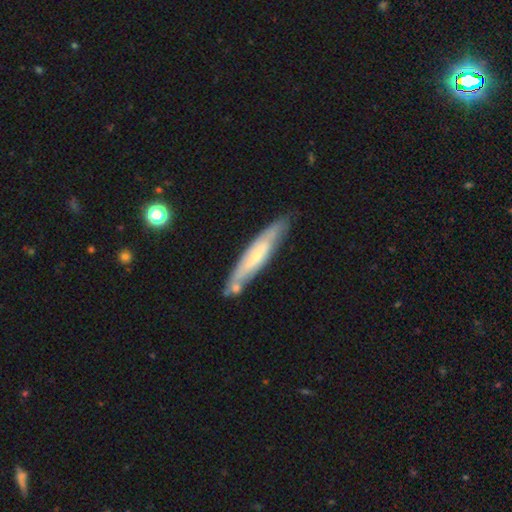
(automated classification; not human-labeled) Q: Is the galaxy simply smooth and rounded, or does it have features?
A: featured or disk — 52%.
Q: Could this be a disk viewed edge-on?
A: yes — 69%.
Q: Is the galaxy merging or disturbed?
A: none — 73%.